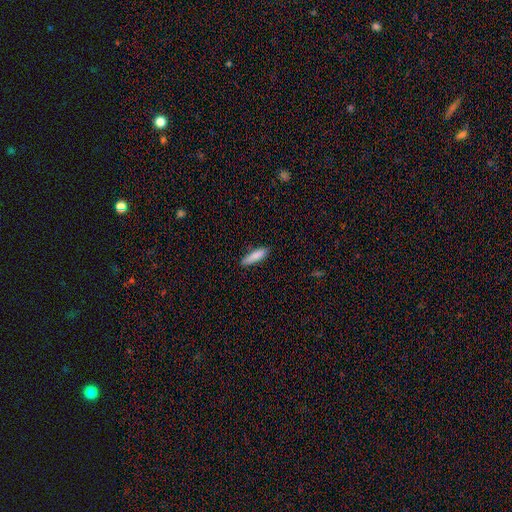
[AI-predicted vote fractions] A smooth galaxy with no disk features (84%) that is cigar-shaped (70%).

Vote fractions:
- Smooth or featured? smooth: 84% / featured or disk: 10% / star or artifact: 6%
- How rounded? cigar-shaped: 70% / in between: 29% / round: 2%
- Merging? none: 83% / minor disturbance: 13% / major disturbance: 2% / merger: 1%